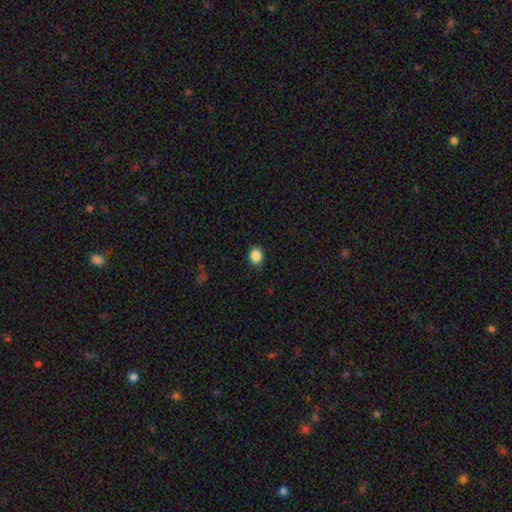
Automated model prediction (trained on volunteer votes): This appears to be a smooth galaxy with no disk features (87%) that is round (56%). Merging: none (87%).